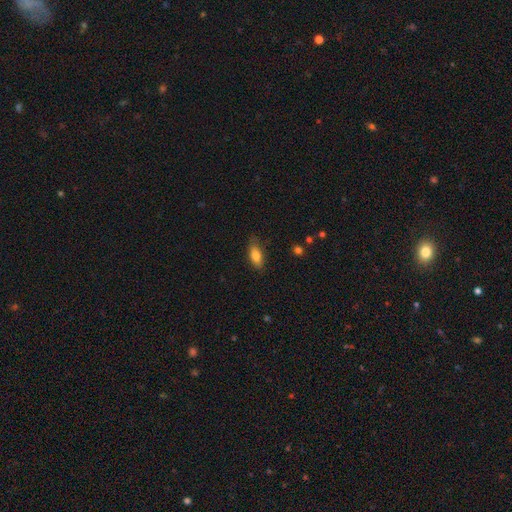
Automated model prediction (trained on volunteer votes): This appears to be a smooth galaxy with no disk features (82%) that is in between round and cigar-shaped (79%). Merging: none (78%).